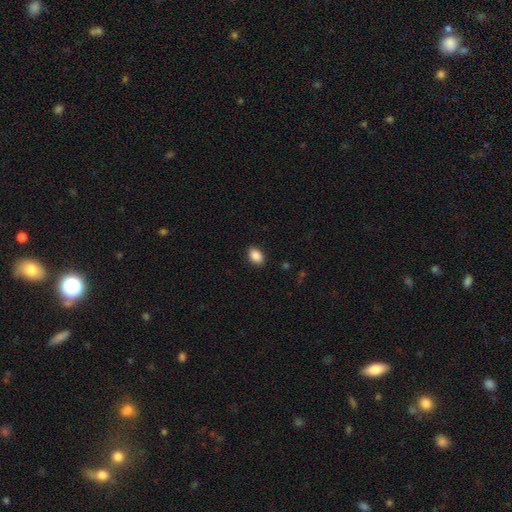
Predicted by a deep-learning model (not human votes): Smooth or featured? Predicted: smooth (p=0.89). How rounded? Predicted: in between (p=0.86). Merging? Predicted: none (p=0.89).